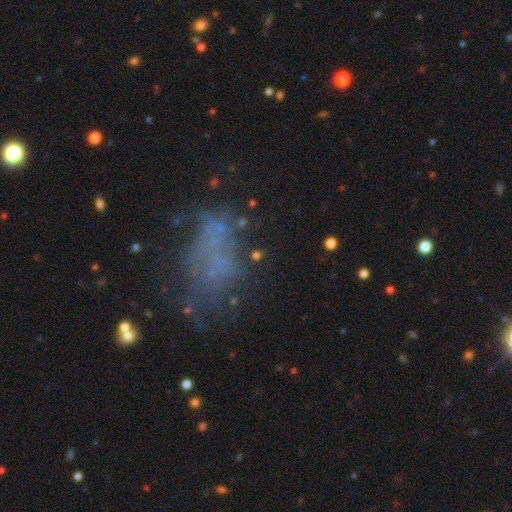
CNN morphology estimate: featured or disk 38%, star or artifact 32%, smooth 30%. Down the decision tree: merging — none (41%).